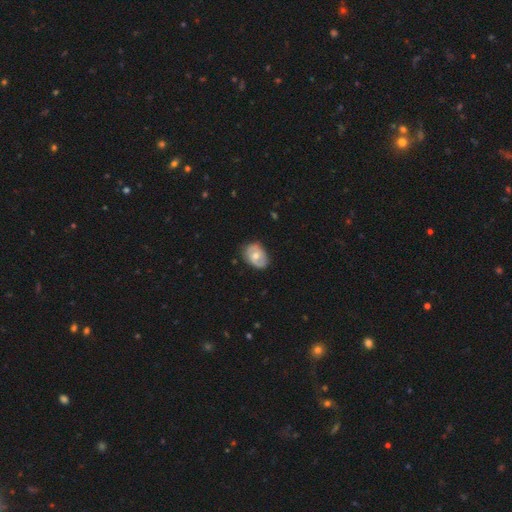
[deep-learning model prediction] Q: Smooth or featured?
A: featured or disk (48%); runner-up: smooth (46%)
Q: Merging?
A: none (70%); runner-up: minor disturbance (24%)